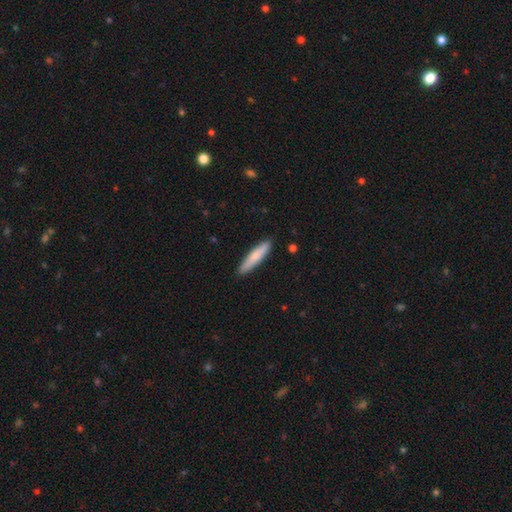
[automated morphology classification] Smooth or featured?
  - smooth: 77% *
  - featured or disk: 18%
  - star or artifact: 5%
How rounded?
  - cigar-shaped: 87% *
  - in between: 12%
  - round: 1%
Merging?
  - none: 89% *
  - minor disturbance: 8%
  - major disturbance: 2%
  - merger: 1%